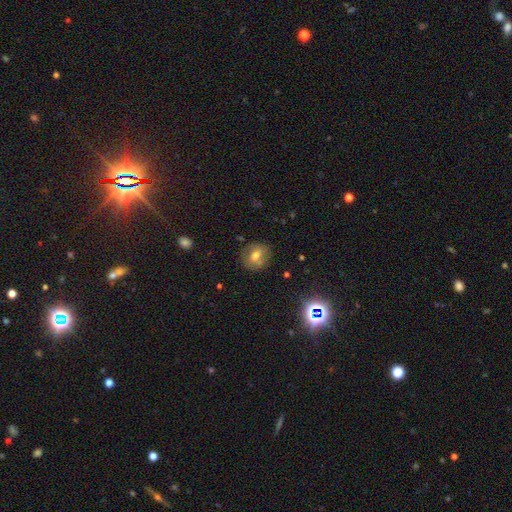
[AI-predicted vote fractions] smooth-or-featured: smooth: 58% | featured or disk: 28% | star or artifact: 14%
  how-rounded: round: 76% | in between: 23% | cigar-shaped: 1%
  merging: none: 76% | minor disturbance: 16% | major disturbance: 4% | merger: 4%